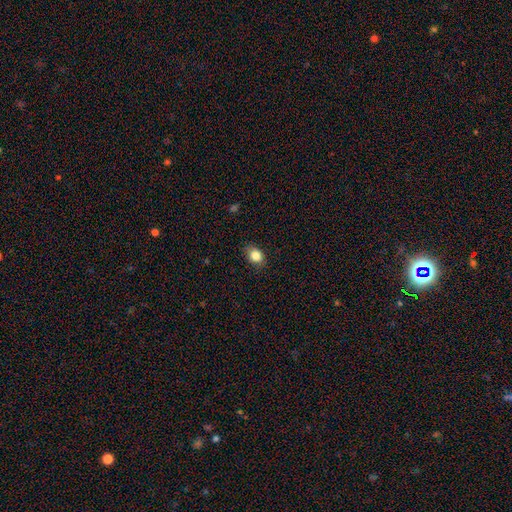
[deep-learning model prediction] The model was most divided on "how rounded": in between: 56%, round: 43%, cigar-shaped: 1%. More confident: smooth or featured — smooth (84%); merging — none (82%).